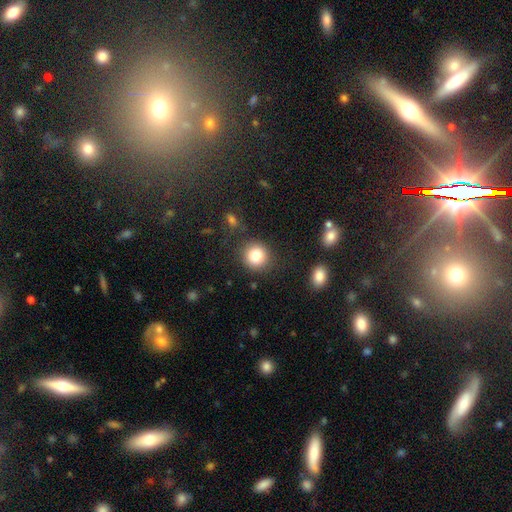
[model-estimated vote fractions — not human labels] A smooth galaxy with no disk features (82%) that is round (90%). Merging: none (86%).